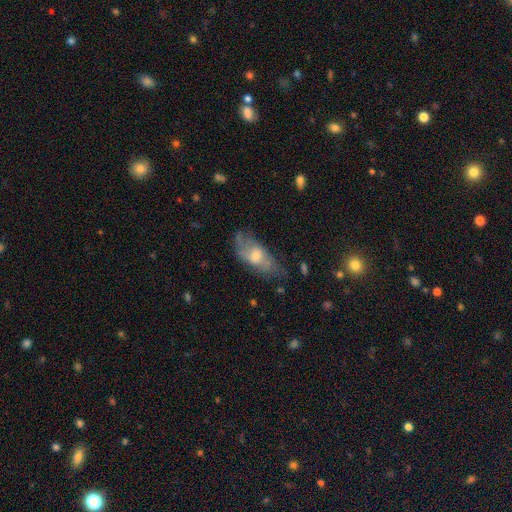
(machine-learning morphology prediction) type=featured or disk (49%); merging=none (57%).